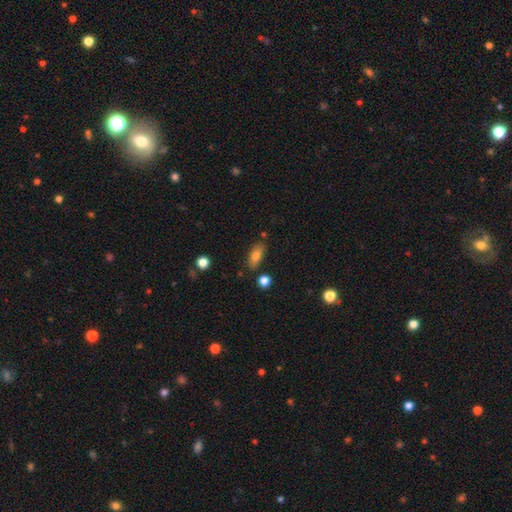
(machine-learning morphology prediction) smooth-or-featured: smooth: 79% | featured or disk: 13% | star or artifact: 8%
  how-rounded: in between: 78% | cigar-shaped: 17% | round: 4%
  merging: none: 78% | minor disturbance: 14% | merger: 5% | major disturbance: 3%